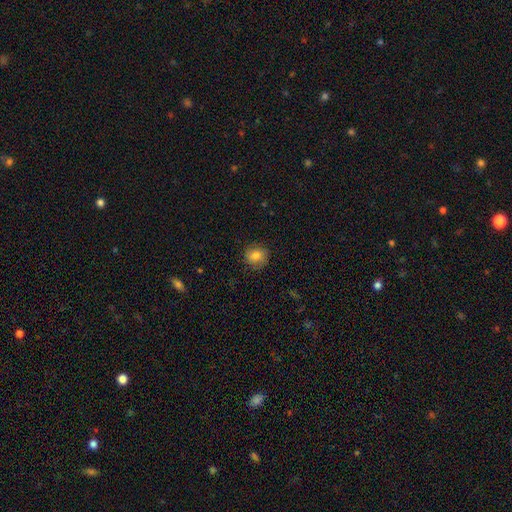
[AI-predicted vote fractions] A smooth galaxy with no disk features (79%) that is round (81%). Merging: none (83%).